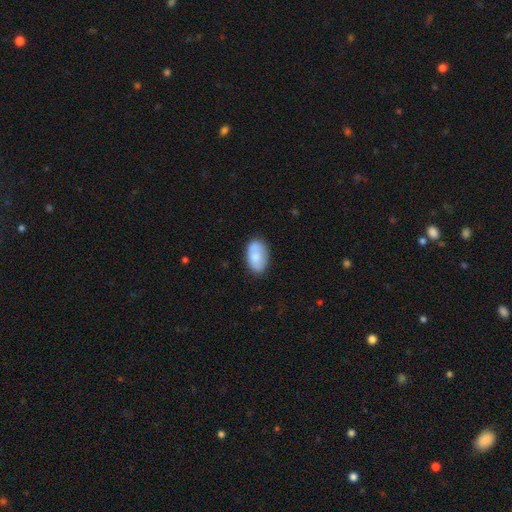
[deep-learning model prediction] This appears to be a smooth galaxy with no disk features (73%) that is in between round and cigar-shaped (91%). Merging: none (71%).